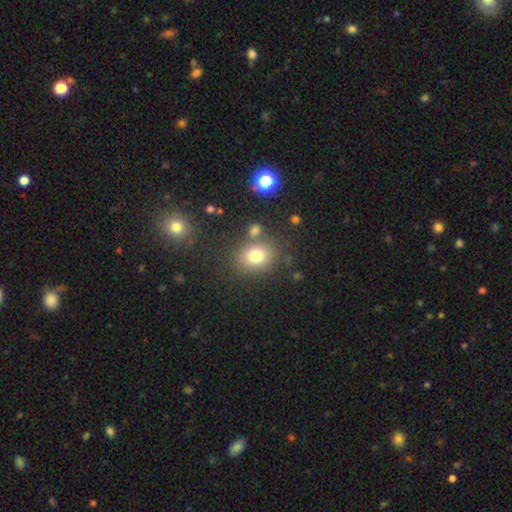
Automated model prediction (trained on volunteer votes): Morphology: type=smooth (75%); roundness=round (62%); merging=none (75%).